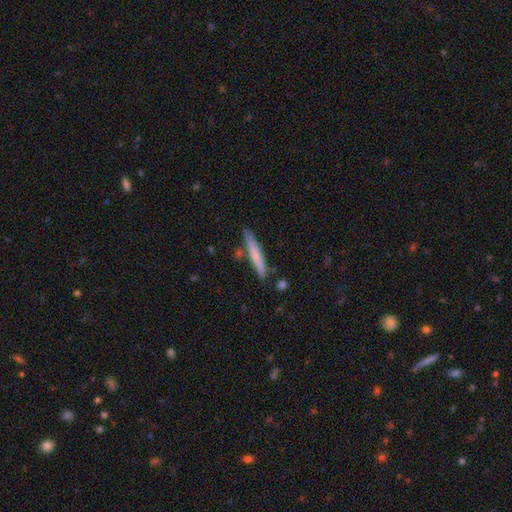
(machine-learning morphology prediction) This appears to be a smooth galaxy with no disk features (67%) that is cigar-shaped (95%). Merging: none (82%).